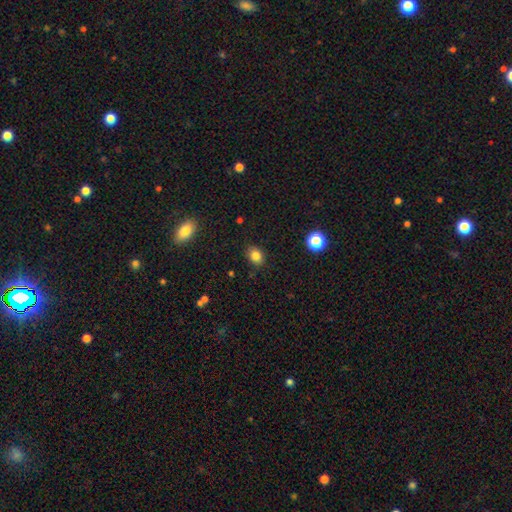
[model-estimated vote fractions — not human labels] A smooth galaxy with no disk features (82%) that is in between round and cigar-shaped (57%). Merging: none (85%).